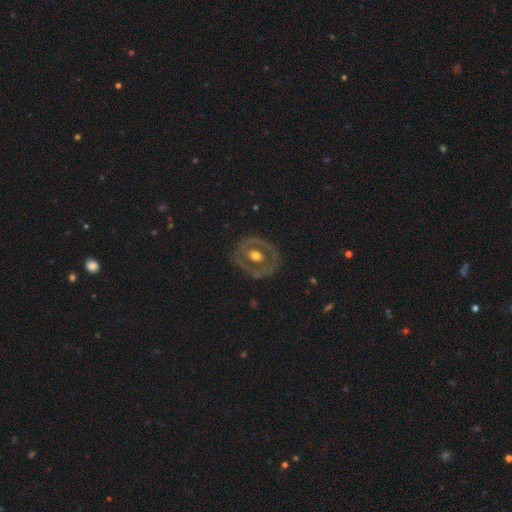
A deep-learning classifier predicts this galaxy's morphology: smooth-or-featured: featured or disk: 65% | smooth: 30% | star or artifact: 5%
  disk-edge-on: no: 95% | yes: 5%
    bar: no: 73% | weak: 18% | strong: 9%
    has-spiral-arms: no: 82% | yes: 18%
    bulge-size: moderate: 74% | large: 13% | small: 10% | dominant: 1% | none: 1%
  merging: none: 78% | minor disturbance: 14% | major disturbance: 7% | merger: 1%